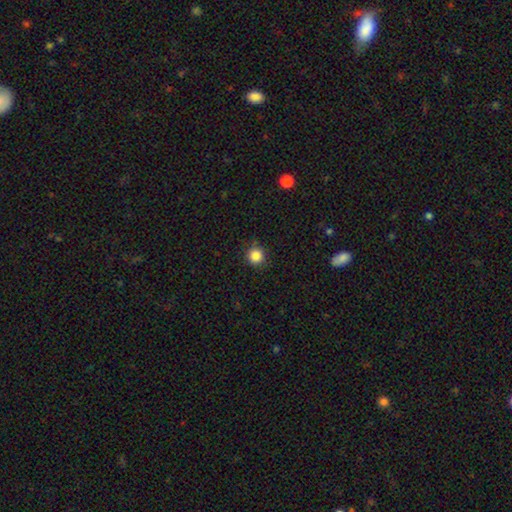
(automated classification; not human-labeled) Overall: smooth (85%). How rounded: round (95%). Merging: none (88%).